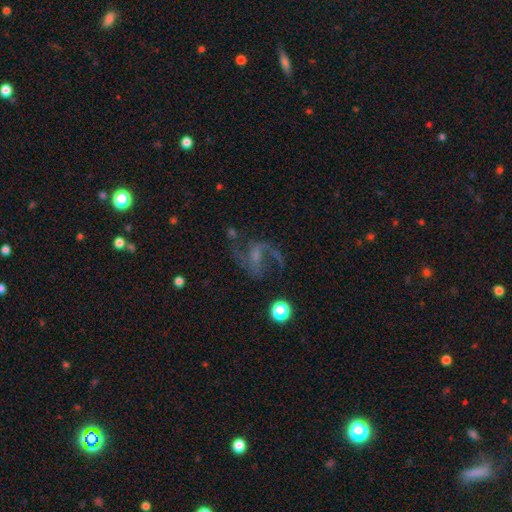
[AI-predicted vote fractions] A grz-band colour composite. It shows a featured or disk galaxy (78%) with a weak bar (48%), 2 (84%) loose (51%) spiral arms (94%) and a small central bulge (52%). Merging: none (64%).